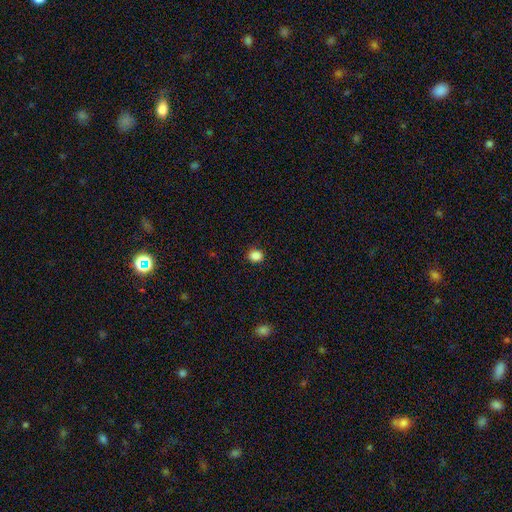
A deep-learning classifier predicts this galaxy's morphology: smooth 86%, star or artifact 11%, featured or disk 3%. Down the decision tree: how rounded — round (70%); merging — none (88%).